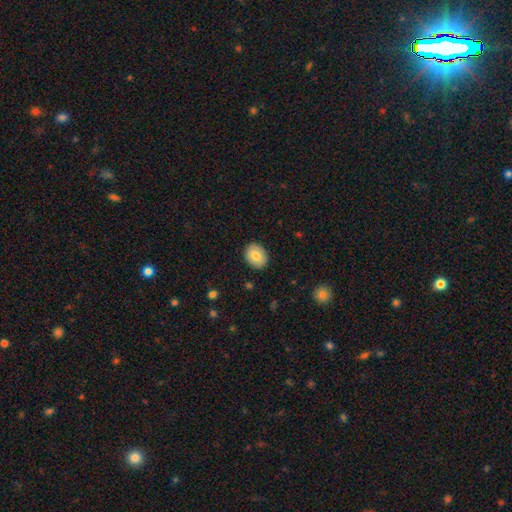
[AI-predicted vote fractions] Morphology: type=smooth (77%); roundness=in between (63%); merging=none (88%).